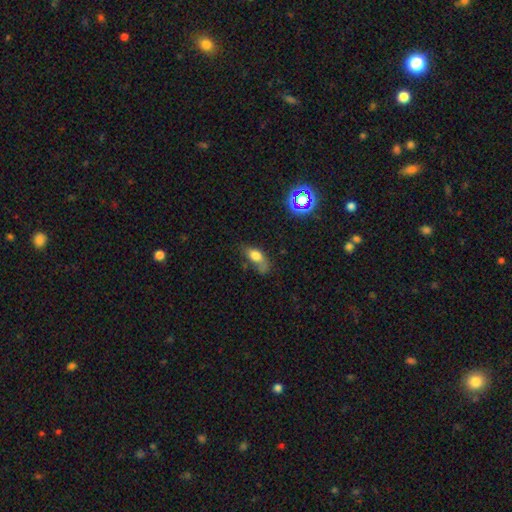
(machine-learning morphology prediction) Smooth or featured? Predicted: smooth (p=0.71). How rounded? Predicted: in between (p=0.79). Merging? Predicted: none (p=0.35).